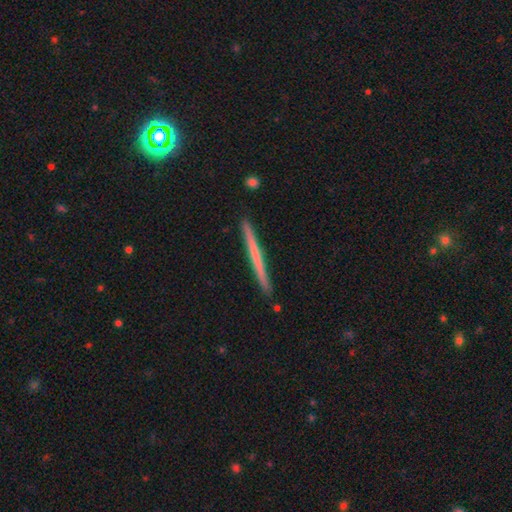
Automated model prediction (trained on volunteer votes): smooth-or-featured: featured or disk: 47% (tied) | smooth: 47% (tied) | star or artifact: 6%
  merging: none: 92% | minor disturbance: 6% | merger: 1% | major disturbance: 1%